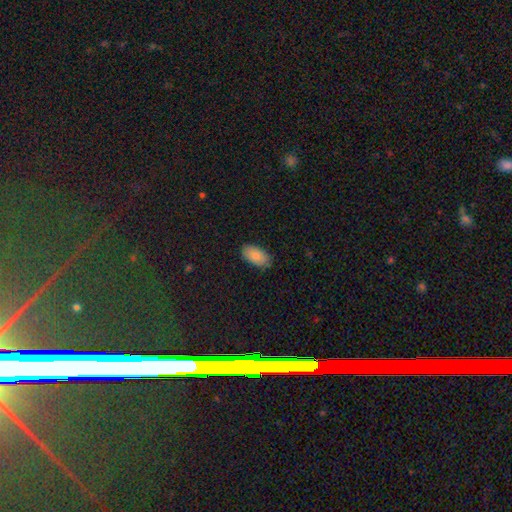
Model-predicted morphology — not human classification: smooth-or-featured: smooth: 87% | star or artifact: 7% | featured or disk: 6%
  how-rounded: in between: 95% | cigar-shaped: 3% | round: 2%
  merging: none: 85% | minor disturbance: 11% | major disturbance: 2% | merger: 1%